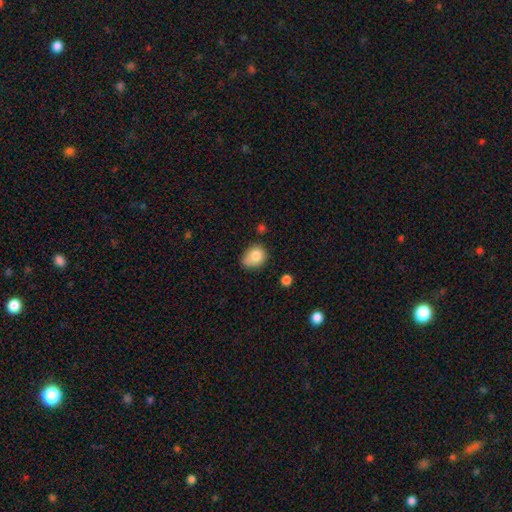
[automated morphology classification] A smooth galaxy with no disk features (80%) that is round (53%). Merging: none (51%).